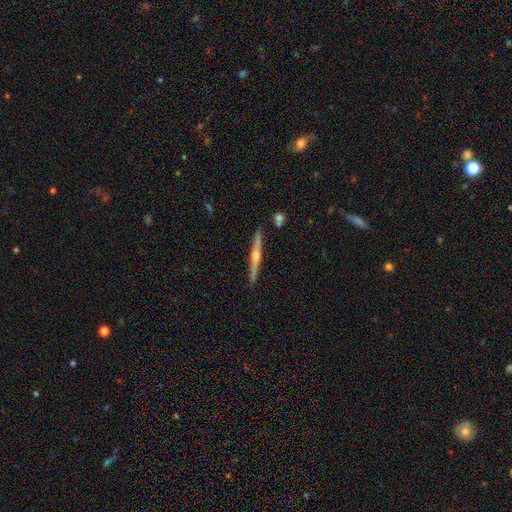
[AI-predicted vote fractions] Smooth or featured?
  - featured or disk: 75% *
  - smooth: 19%
  - star or artifact: 6%
Edge-on disk?
  - yes: 98% *
  - no: 2%
Edge-on bulge?
  - rounded: 86% *
  - none: 9%
  - boxy: 4%
Merging?
  - none: 90% *
  - minor disturbance: 7%
  - merger: 2%
  - major disturbance: 1%